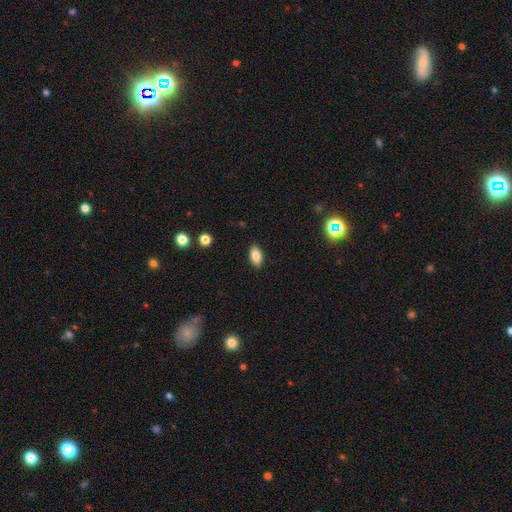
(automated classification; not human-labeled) Morphology: type=smooth (84%); roundness=in between (92%); merging=none (89%).